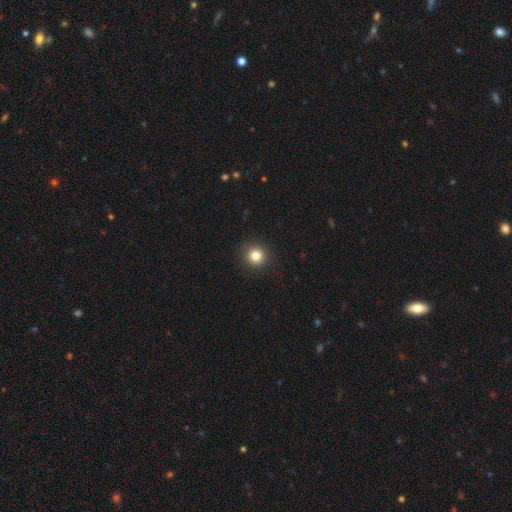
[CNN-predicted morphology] Smooth or featured? Predicted: smooth (p=0.83). How rounded? Predicted: round (p=0.95). Merging? Predicted: none (p=0.92).